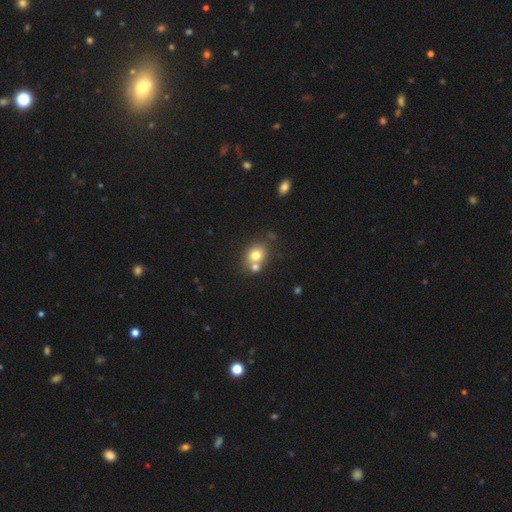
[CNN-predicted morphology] smooth-or-featured: smooth: 75% | featured or disk: 14% | star or artifact: 11%
  how-rounded: round: 62% | in between: 37% | cigar-shaped: 1%
  merging: none: 49% | merger: 38% | minor disturbance: 10% | major disturbance: 3%